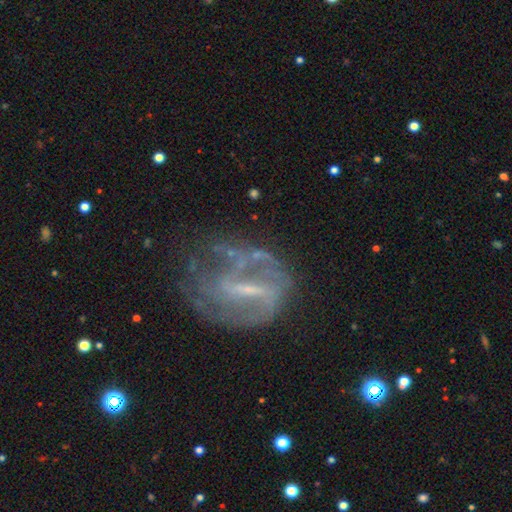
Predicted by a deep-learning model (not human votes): smooth_or_featured: featured or disk (p=0.78) [alt: smooth p=0.13]
disk_edge_on: no (p=0.96) [alt: yes p=0.04]
bar: strong (p=0.47) [alt: weak p=0.39]
has_spiral_arms: yes (p=0.67) [alt: no p=0.33]
spiral_winding: medium (p=0.40) [alt: tight p=0.33]
spiral_arm_count: 2 (p=0.42) [alt: can't tell p=0.35]
bulge_size: small (p=0.55) [alt: none p=0.23]
merging: none (p=0.49) [alt: major disturbance p=0.25]